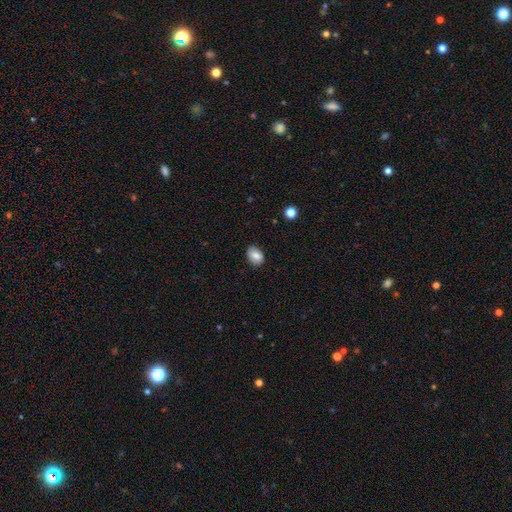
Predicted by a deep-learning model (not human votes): Q: Smooth or featured?
A: smooth (81%); runner-up: featured or disk (11%)
Q: How rounded?
A: in between (74%); runner-up: round (25%)
Q: Merging?
A: none (84%); runner-up: minor disturbance (12%)